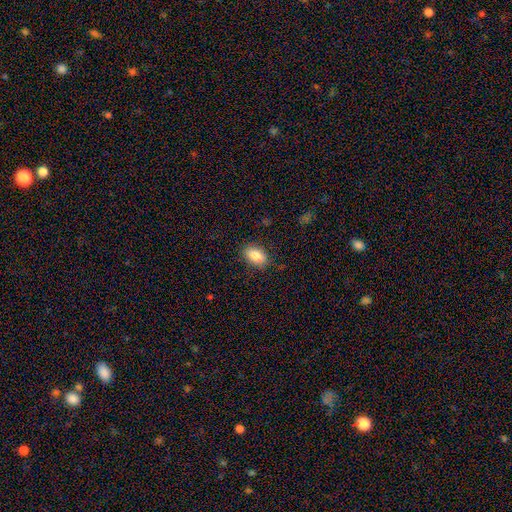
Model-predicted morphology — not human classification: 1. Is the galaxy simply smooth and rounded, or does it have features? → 83% smooth, 9% featured or disk, 8% star or artifact.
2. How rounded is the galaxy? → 88% in between, 8% round, 3% cigar-shaped.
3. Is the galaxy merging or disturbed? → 85% none, 11% minor disturbance, 3% major disturbance, 1% merger.